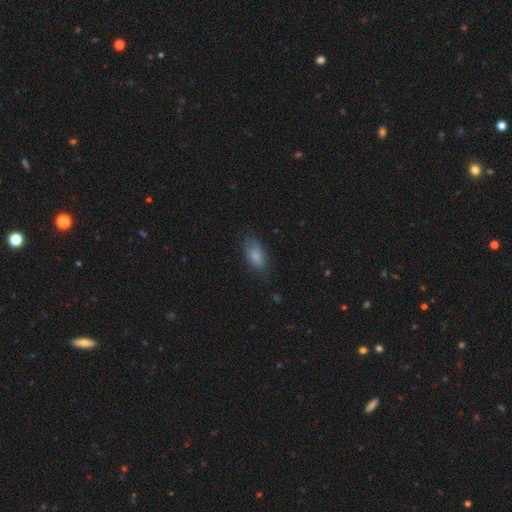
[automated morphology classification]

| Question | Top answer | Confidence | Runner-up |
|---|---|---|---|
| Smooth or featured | smooth | 80% | featured or disk (13%) |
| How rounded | in between | 89% | cigar-shaped (8%) |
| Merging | none | 70% | minor disturbance (22%) |